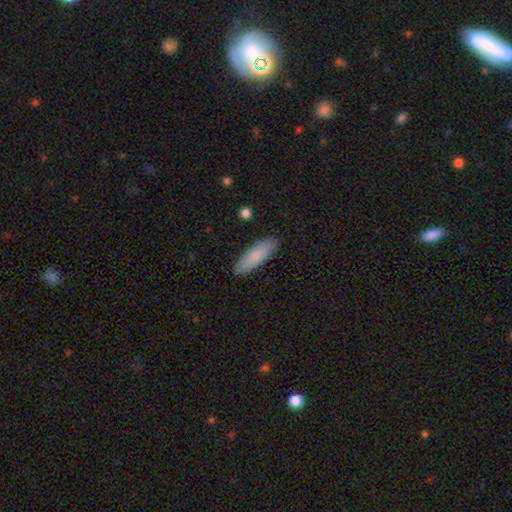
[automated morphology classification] This appears to be a smooth galaxy with no disk features (87%) that is cigar-shaped (55%). Merging: none (89%).